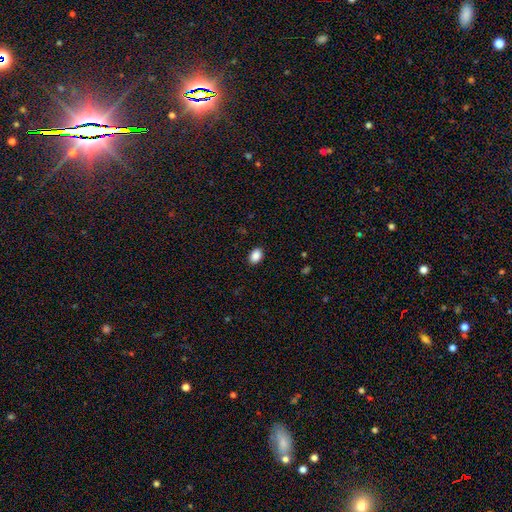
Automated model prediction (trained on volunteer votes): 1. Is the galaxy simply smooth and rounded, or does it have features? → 89% smooth, 8% star or artifact, 3% featured or disk.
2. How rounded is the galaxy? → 85% in between, 14% round, 1% cigar-shaped.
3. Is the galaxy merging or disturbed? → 89% none, 8% minor disturbance, 2% major disturbance, 1% merger.